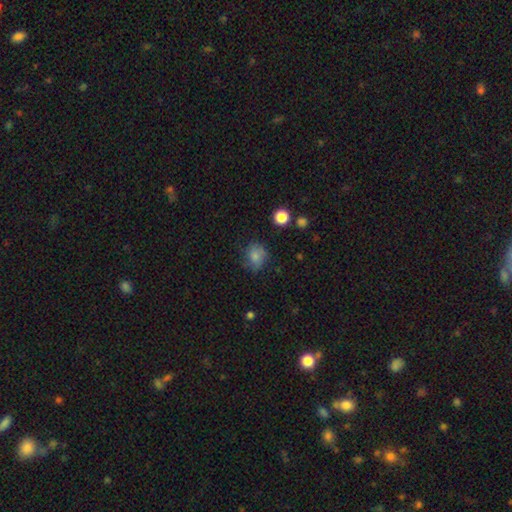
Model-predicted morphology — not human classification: smooth 75%, featured or disk 14%, star or artifact 11%. Down the decision tree: how rounded — round (61%); merging — none (64%).